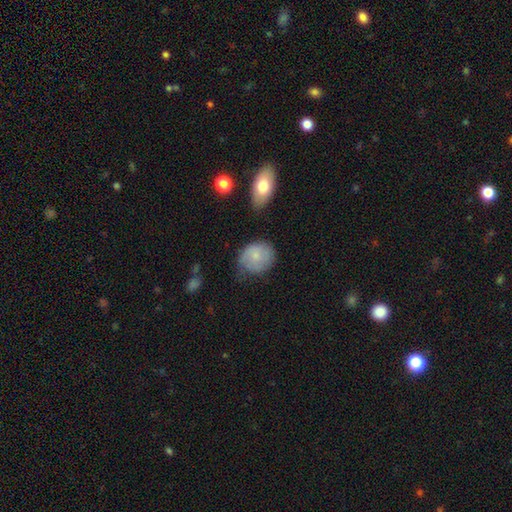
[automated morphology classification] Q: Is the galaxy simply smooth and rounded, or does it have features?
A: smooth — 66%.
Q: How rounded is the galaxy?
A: round — 65%.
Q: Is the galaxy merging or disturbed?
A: none — 59%.